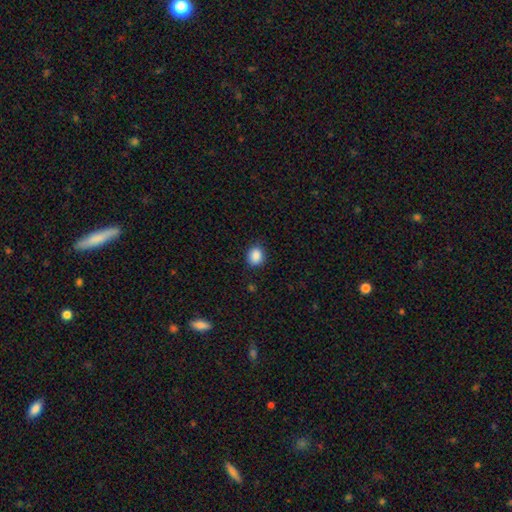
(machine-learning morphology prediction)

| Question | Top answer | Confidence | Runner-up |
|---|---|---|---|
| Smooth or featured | smooth | 88% | star or artifact (9%) |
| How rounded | round | 61% | in between (38%) |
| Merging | none | 84% | minor disturbance (11%) |